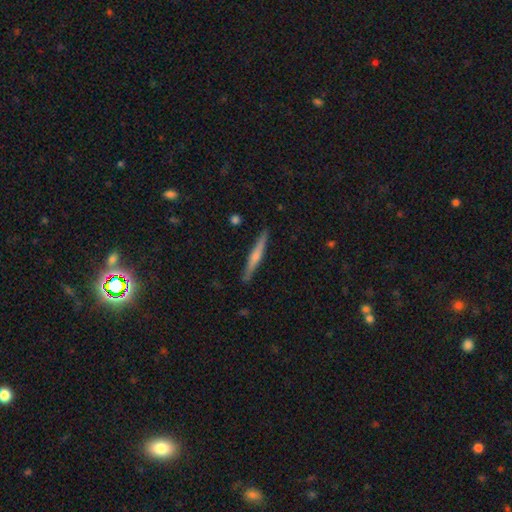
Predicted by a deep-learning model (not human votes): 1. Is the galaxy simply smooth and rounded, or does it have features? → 51% featured or disk, 43% smooth, 6% star or artifact.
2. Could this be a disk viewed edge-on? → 97% yes, 3% no.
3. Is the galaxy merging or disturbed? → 89% none, 8% minor disturbance, 1% major disturbance, 1% merger.